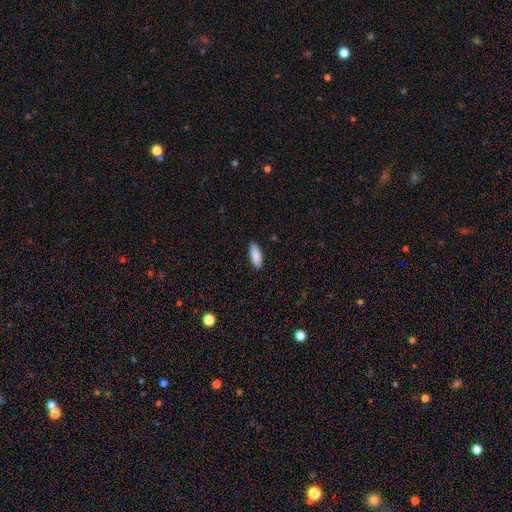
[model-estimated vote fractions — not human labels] This is clearly a smooth galaxy (89%). How rounded: likely in between (72%). Merging: clearly none (89%).